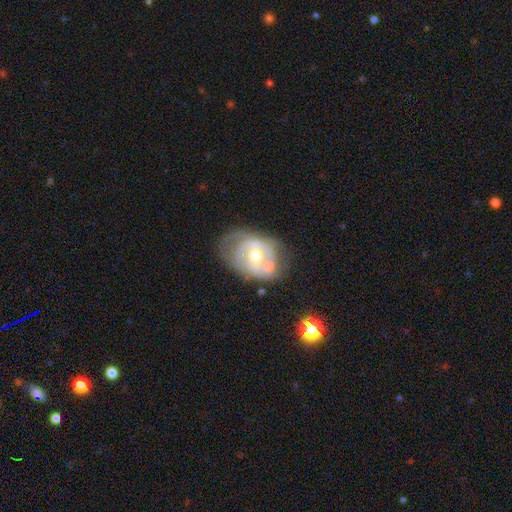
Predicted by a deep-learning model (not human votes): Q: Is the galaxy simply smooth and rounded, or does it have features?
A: featured or disk — 68%.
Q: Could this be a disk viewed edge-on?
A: no — 95%.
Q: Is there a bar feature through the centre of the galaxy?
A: no — 47%.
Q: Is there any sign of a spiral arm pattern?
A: yes — 53%.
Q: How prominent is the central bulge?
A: moderate — 66%.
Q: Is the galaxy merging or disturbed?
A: none — 42%.